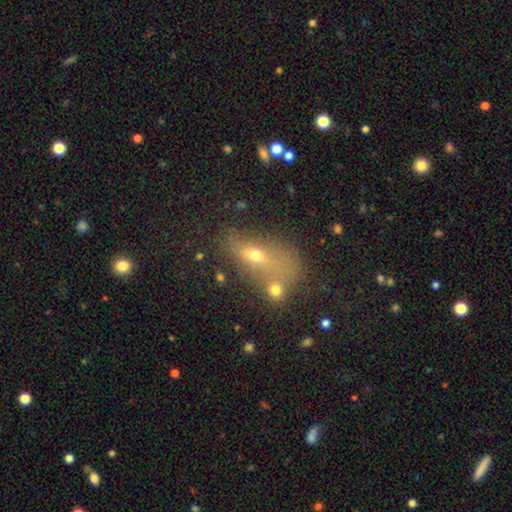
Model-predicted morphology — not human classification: smooth-or-featured: smooth: 50% | featured or disk: 31% | star or artifact: 19%
  how-rounded: in between: 63% | round: 18% | cigar-shaped: 18%
  merging: none: 38% | merger: 30% | major disturbance: 16% | minor disturbance: 16%